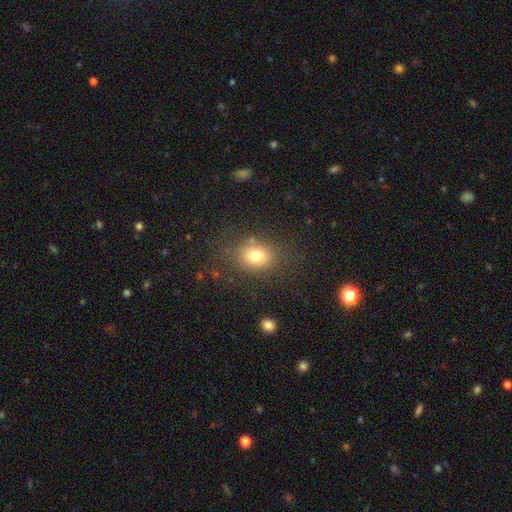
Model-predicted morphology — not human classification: Smooth or featured: smooth — 76% (star or artifact — 13%)
How rounded: round — 51% (in between — 48%)
Merging: none — 79% (minor disturbance — 12%)